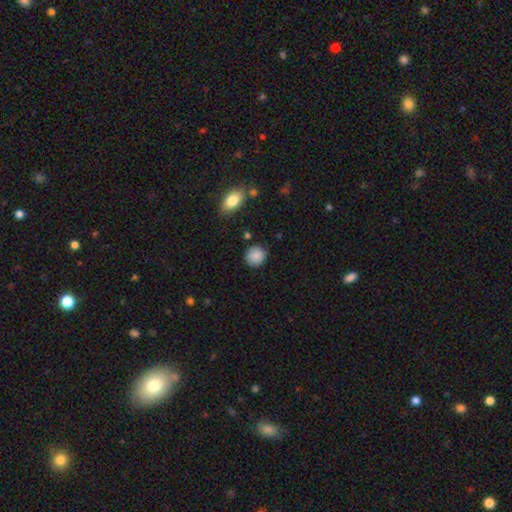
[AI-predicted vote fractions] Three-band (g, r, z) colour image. It shows a smooth galaxy with no disk features (88%) that is round (87%). Merging: none (84%).